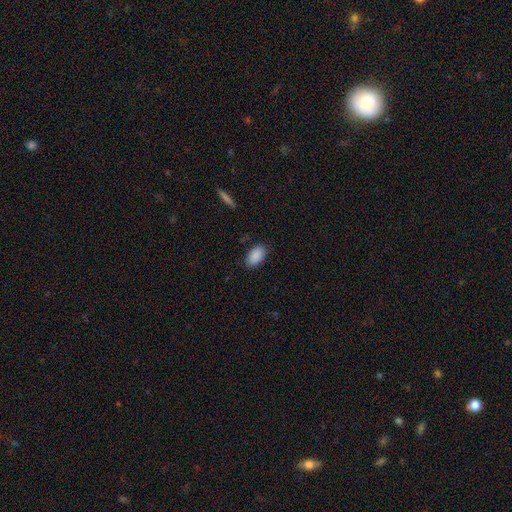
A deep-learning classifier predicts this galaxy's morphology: smooth-or-featured: smooth: 89% | star or artifact: 7% | featured or disk: 4%
  how-rounded: in between: 93% | round: 5% | cigar-shaped: 2%
  merging: none: 85% | minor disturbance: 11% | major disturbance: 3% | merger: 1%